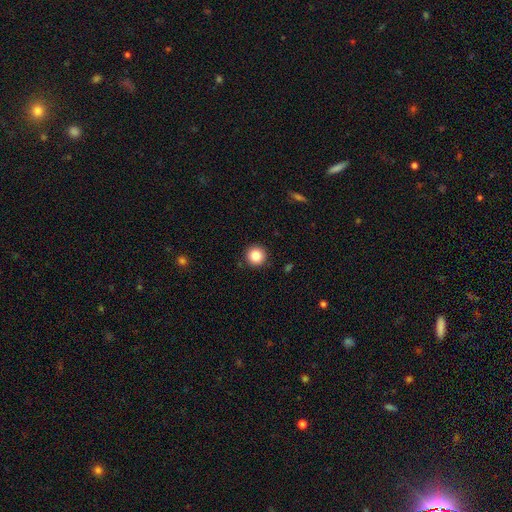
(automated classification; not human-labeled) smooth 85%, star or artifact 10%, featured or disk 5%. Down the decision tree: how rounded — round (96%); merging — none (92%).